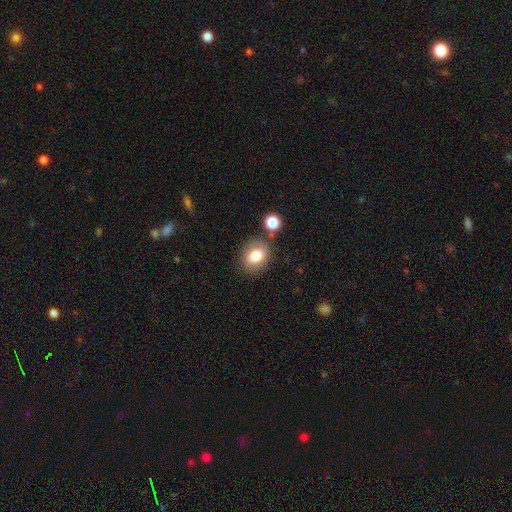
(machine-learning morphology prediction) This is likely a smooth galaxy (79%). How rounded: possibly in between (60%). Merging: likely none (73%).